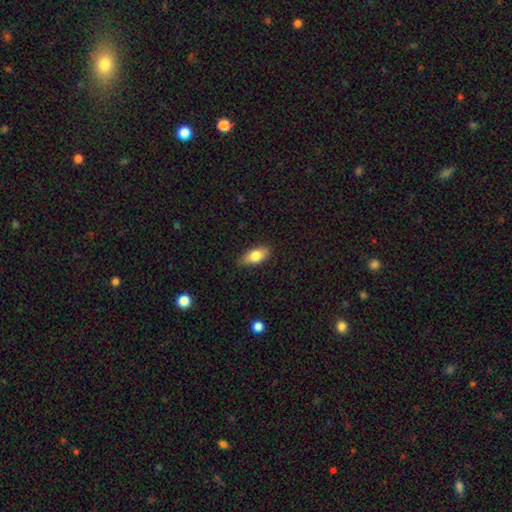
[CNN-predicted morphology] Overall: smooth (80%). How rounded: in between (86%). Merging: none (81%).